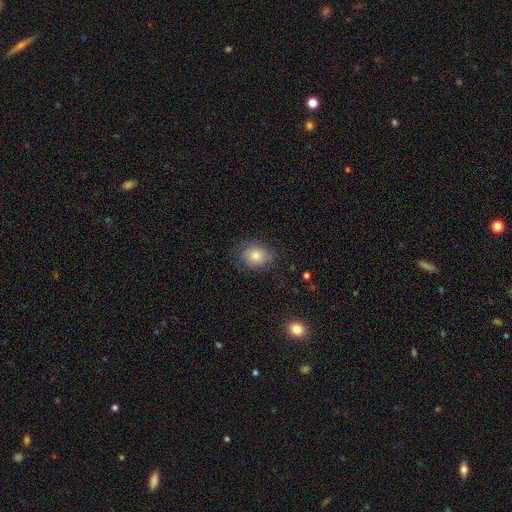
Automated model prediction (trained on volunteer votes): This appears to be a smooth galaxy with no disk features (73%) that is round (56%). Merging: none (72%).